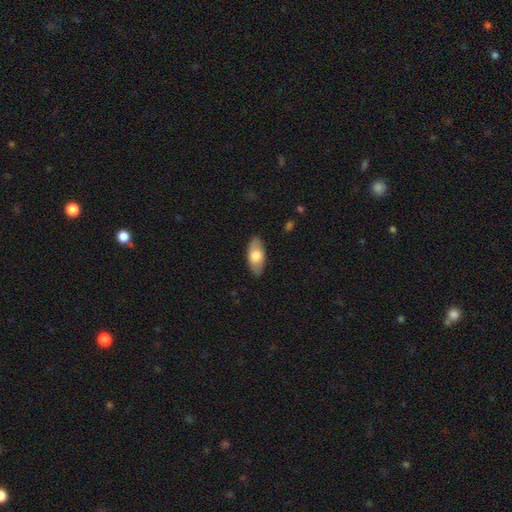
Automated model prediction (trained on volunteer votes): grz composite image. It shows a smooth galaxy with no disk features (70%) that is in between round and cigar-shaped (91%). Merging: none (85%).